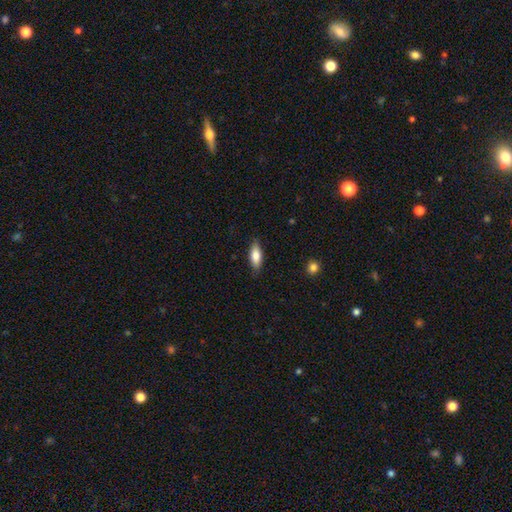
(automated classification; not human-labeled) Smooth or featured? smooth (77%)
How rounded? in between (74%)
Merging? none (83%)